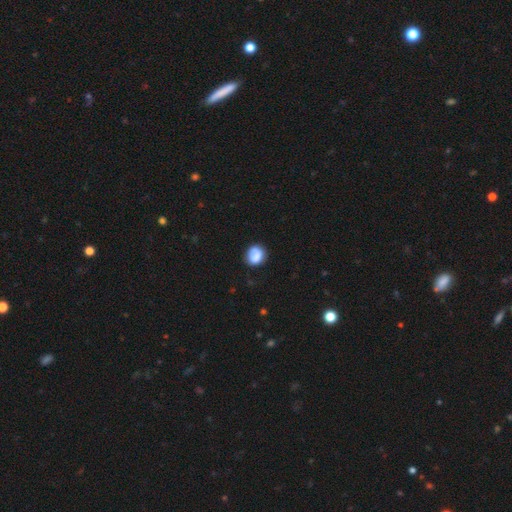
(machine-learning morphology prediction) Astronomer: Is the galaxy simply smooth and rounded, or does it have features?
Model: smooth — 78%.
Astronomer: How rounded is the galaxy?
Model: round — 74%.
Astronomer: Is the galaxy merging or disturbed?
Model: none — 71%.